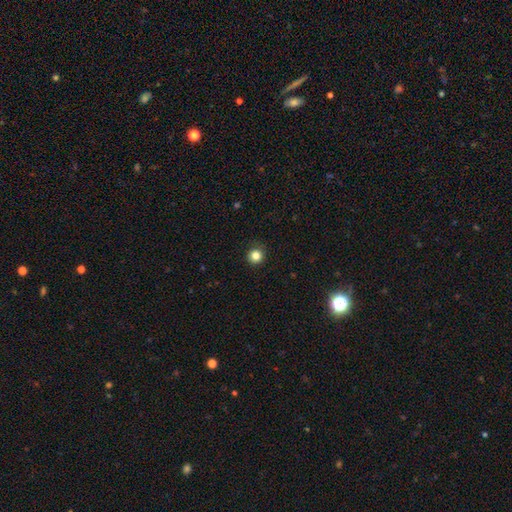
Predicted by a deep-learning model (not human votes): This appears to be a smooth galaxy with no disk features (84%) that is round (94%). Merging: none (90%).